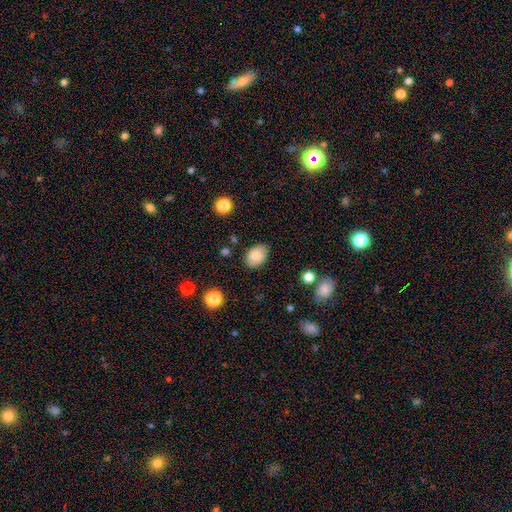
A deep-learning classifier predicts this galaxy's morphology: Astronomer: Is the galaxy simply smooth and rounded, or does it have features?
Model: smooth — 78%.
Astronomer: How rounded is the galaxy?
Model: in between — 75%.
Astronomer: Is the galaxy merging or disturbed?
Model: none — 80%.